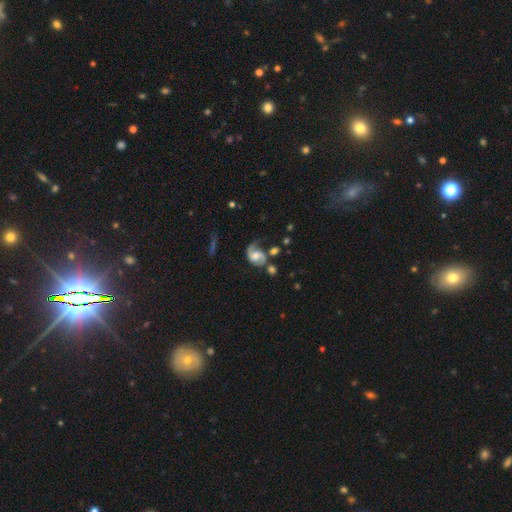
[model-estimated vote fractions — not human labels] Smooth or featured?
  - featured or disk: 76% *
  - smooth: 17%
  - star or artifact: 7%
Edge-on disk?
  - no: 98% *
  - yes: 2%
Bar?
  - no: 55% *
  - weak: 36%
  - strong: 9%
Spiral arms?
  - yes: 93% *
  - no: 7%
Spiral winding?
  - medium: 45% *
  - loose: 33%
  - tight: 22%
Spiral arm count?
  - 2: 70% *
  - 1: 22%
  - can't tell: 5%
  - 3: 1%
  - 4: 1%
  - more than 4: 1%
Bulge size?
  - moderate: 55% *
  - small: 19%
  - large: 18%
  - none: 6%
  - dominant: 2%
Merging?
  - none: 42% *
  - minor disturbance: 22%
  - major disturbance: 22%
  - merger: 14%